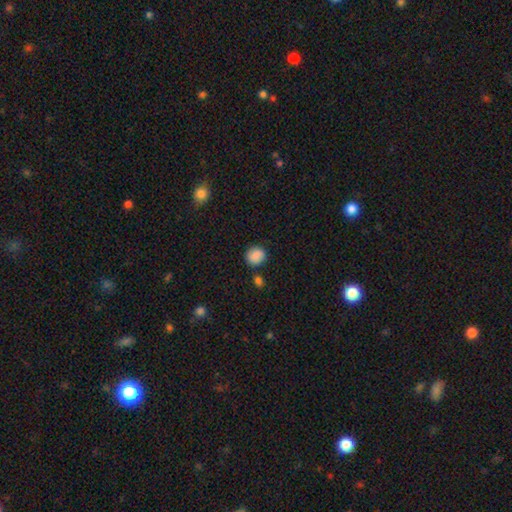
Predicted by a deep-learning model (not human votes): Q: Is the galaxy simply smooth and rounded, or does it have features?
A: smooth — 87%.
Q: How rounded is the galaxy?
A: round — 80%.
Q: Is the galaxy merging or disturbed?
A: none — 79%.